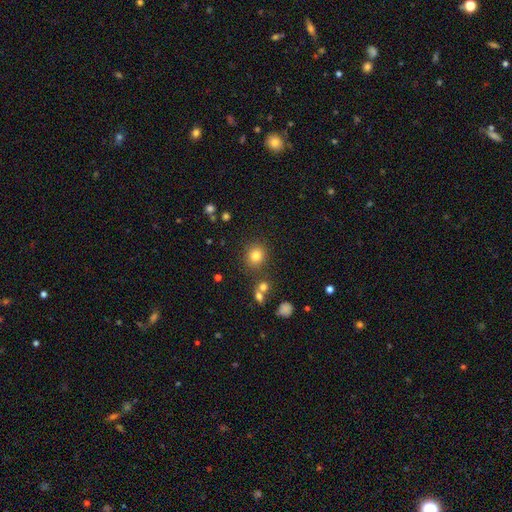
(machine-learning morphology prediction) Smooth or featured? Predicted: smooth (p=0.80). How rounded? Predicted: round (p=0.84). Merging? Predicted: none (p=0.82).